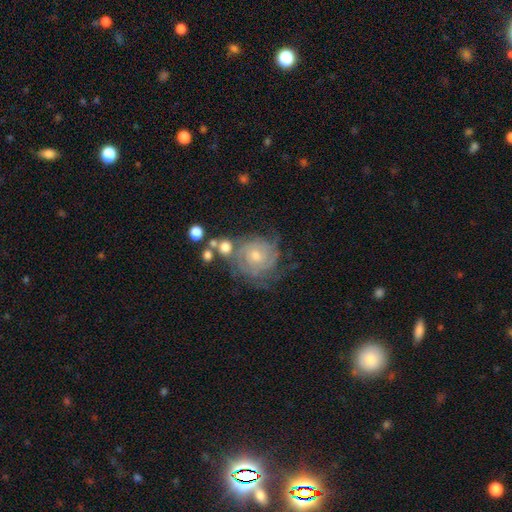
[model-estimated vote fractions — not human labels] featured or disk 76%, smooth 16%, star or artifact 8%. Down the decision tree: edge-on disk — no (97%); bar — no (76%); spiral arms — yes (90%); spiral arm count — can't tell (45%); spiral winding — tight (72%); bulge size — small (47%, tied with moderate); merging — none (57%).